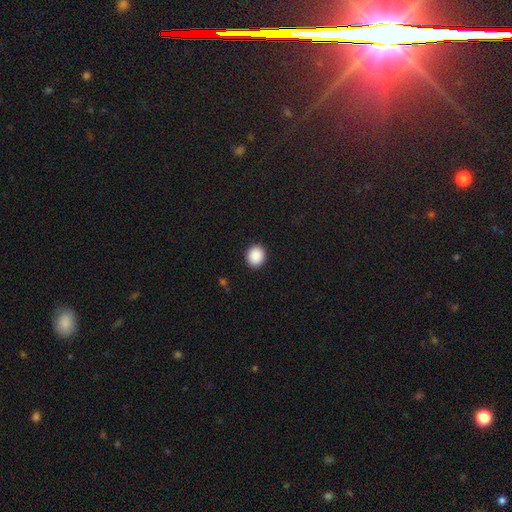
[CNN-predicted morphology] Smooth or featured? smooth (89%)
How rounded? round (72%)
Merging? none (91%)